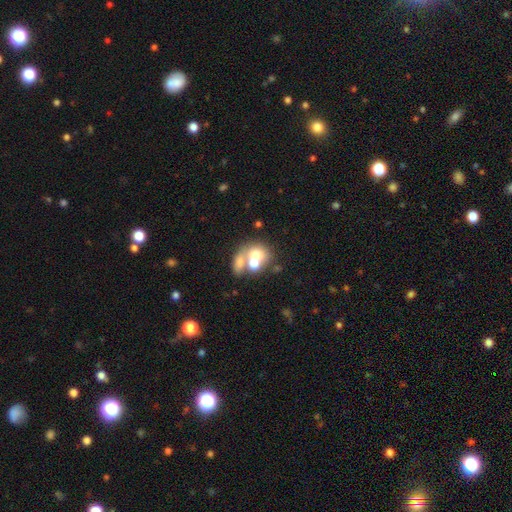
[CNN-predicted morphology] smooth-or-featured: smooth: 60% | featured or disk: 29% | star or artifact: 11%
  how-rounded: round: 58% | in between: 40% | cigar-shaped: 1%
  merging: merger: 64% | none: 24% | minor disturbance: 7% | major disturbance: 5%